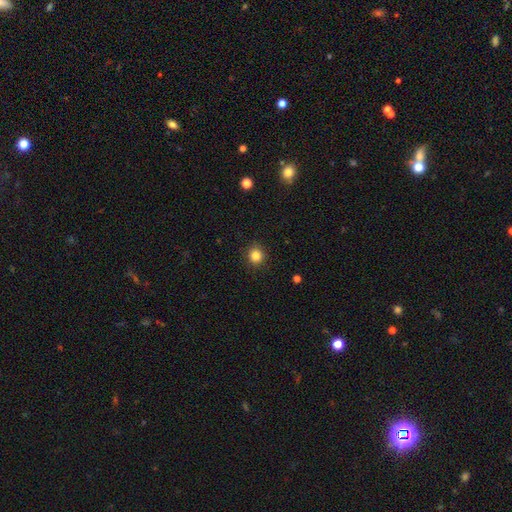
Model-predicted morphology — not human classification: Overall: smooth (84%). How rounded: round (89%). Merging: none (91%).